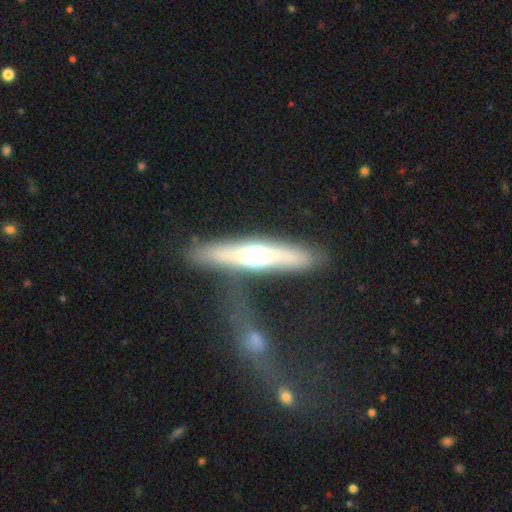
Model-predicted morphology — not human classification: featured or disk 48%, smooth 42%, star or artifact 10%. Down the decision tree: merging — none (69%).